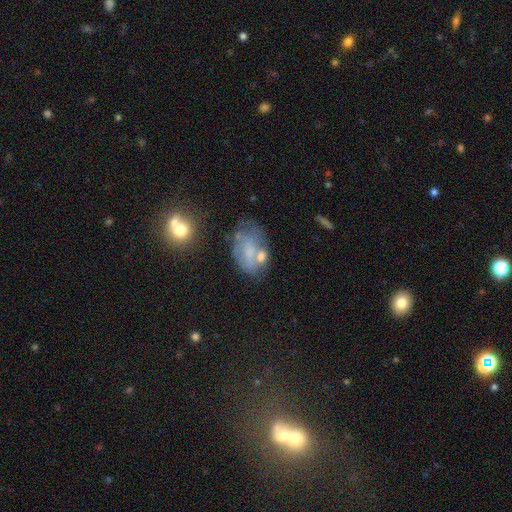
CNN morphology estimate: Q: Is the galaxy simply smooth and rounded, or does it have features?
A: smooth — 52%.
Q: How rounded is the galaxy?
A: in between — 87%.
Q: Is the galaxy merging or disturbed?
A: none — 37%.